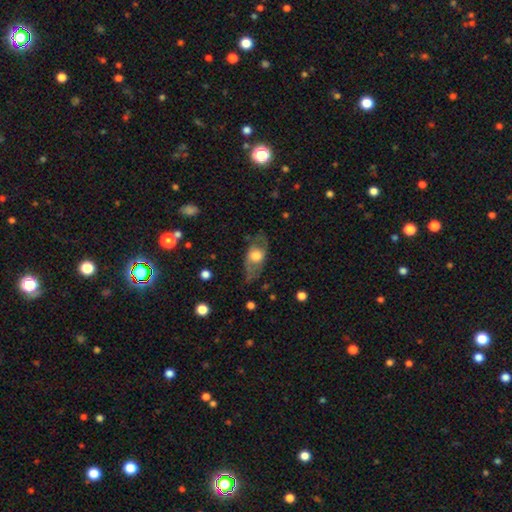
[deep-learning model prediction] This is possibly a smooth galaxy (51%). How rounded: likely in between (79%). Merging: possibly none (59%).